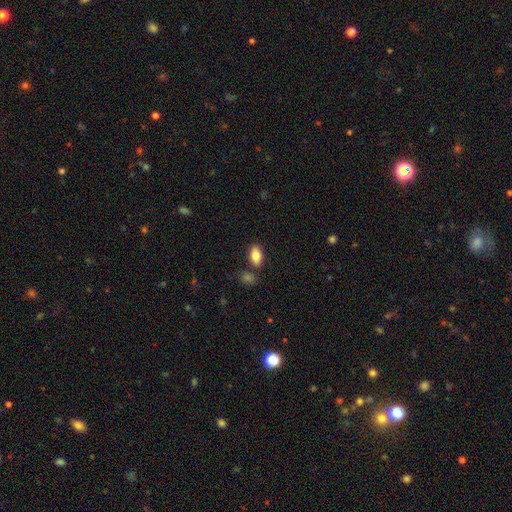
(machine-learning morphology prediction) A smooth galaxy with no disk features (83%) that is in between round and cigar-shaped (91%).

Vote fractions:
- Smooth or featured? smooth: 83% / featured or disk: 10% / star or artifact: 7%
- How rounded? in between: 91% / round: 5% / cigar-shaped: 4%
- Merging? none: 81% / minor disturbance: 10% / merger: 6% / major disturbance: 2%